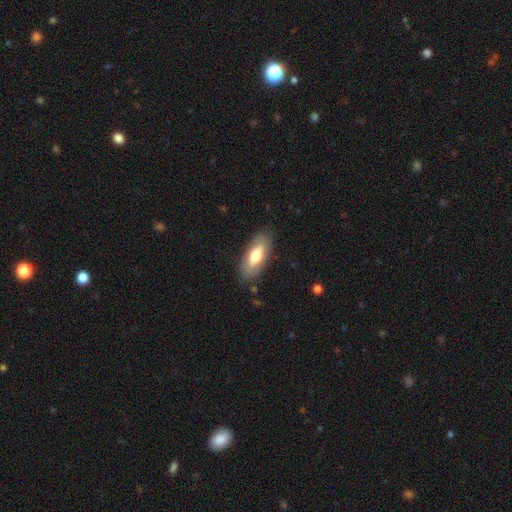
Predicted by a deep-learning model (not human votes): This is likely a smooth galaxy (61%). How rounded: clearly in between (86%). Merging: clearly none (83%).